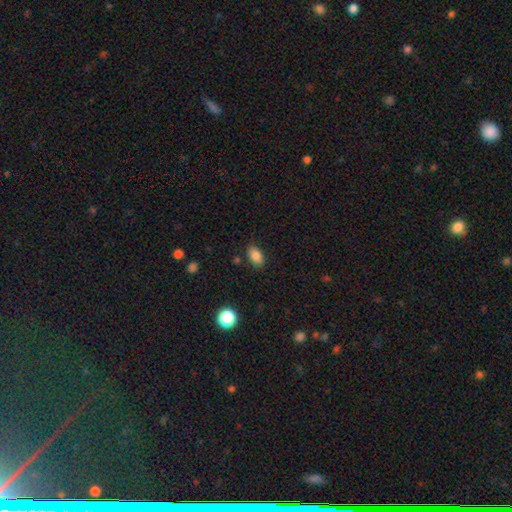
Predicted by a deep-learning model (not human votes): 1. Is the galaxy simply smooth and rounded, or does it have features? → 84% smooth, 10% star or artifact, 6% featured or disk.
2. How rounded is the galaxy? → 89% in between, 9% round, 2% cigar-shaped.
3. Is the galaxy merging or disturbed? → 83% none, 12% minor disturbance, 3% major disturbance, 2% merger.